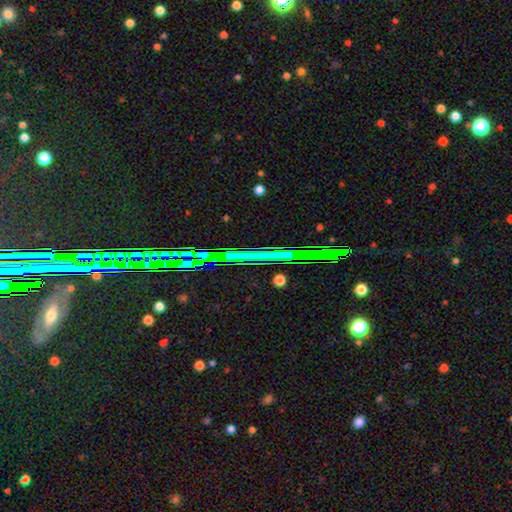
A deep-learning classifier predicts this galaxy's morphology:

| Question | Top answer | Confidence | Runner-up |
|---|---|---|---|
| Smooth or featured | star or artifact | 78% | featured or disk (13%) |